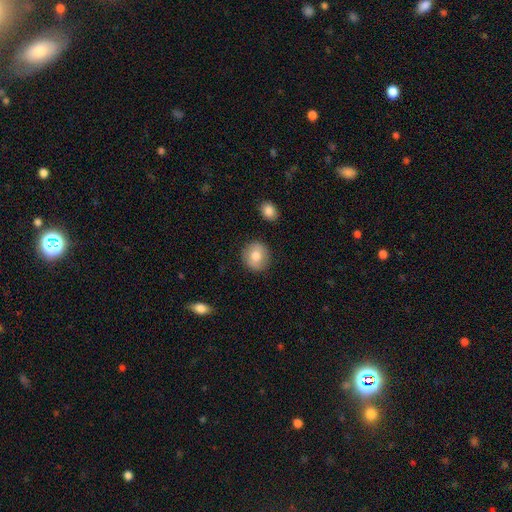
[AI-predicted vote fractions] Smooth or featured? smooth (77%)
How rounded? round (87%)
Merging? none (88%)